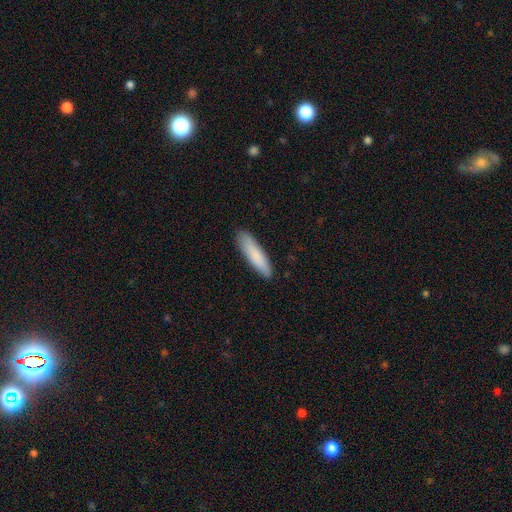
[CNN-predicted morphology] Smooth or featured? Predicted: smooth (p=0.85). How rounded? Predicted: cigar-shaped (p=0.77). Merging? Predicted: none (p=0.88).